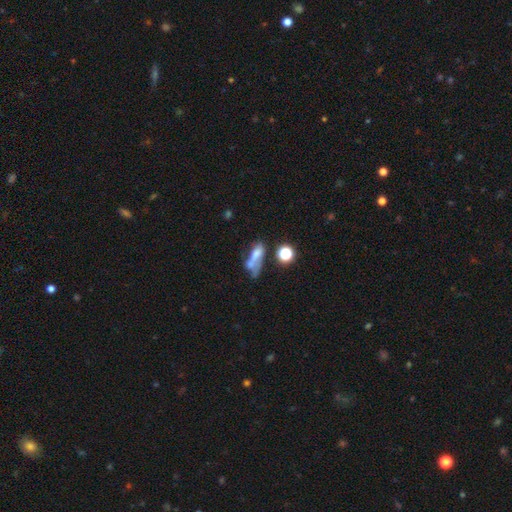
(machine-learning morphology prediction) Smooth or featured?
  - smooth: 52% *
  - featured or disk: 32%
  - star or artifact: 16%
How rounded?
  - in between: 55% *
  - cigar-shaped: 34%
  - round: 11%
Merging?
  - merger: 38% *
  - major disturbance: 25%
  - none: 22%
  - minor disturbance: 15%